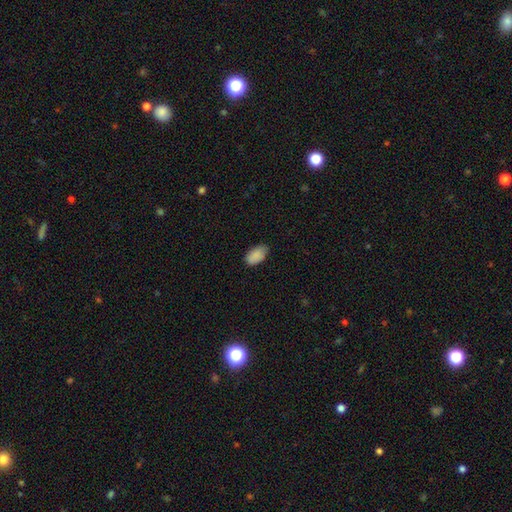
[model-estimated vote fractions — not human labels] Overall: smooth (89%). How rounded: in between (94%). Merging: none (79%).